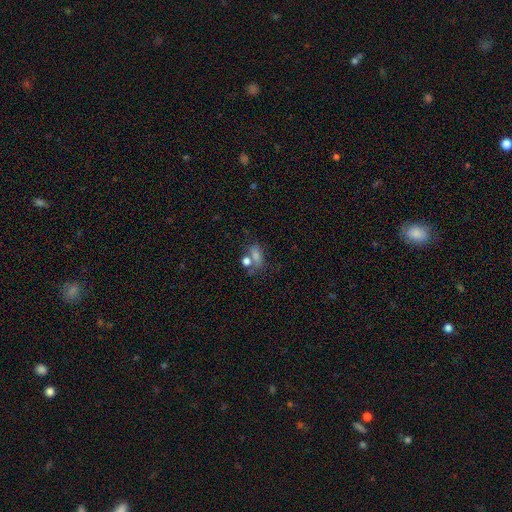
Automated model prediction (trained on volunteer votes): smooth_or_featured: smooth (p=0.56) [alt: star or artifact p=0.26]
how_rounded: in between (p=0.68) [alt: round p=0.20]
merging: none (p=0.52) [alt: merger p=0.22]